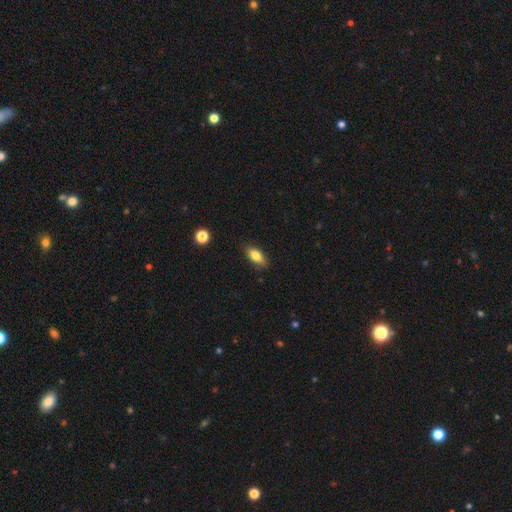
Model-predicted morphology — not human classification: A smooth galaxy with no disk features (80%) that is in between round and cigar-shaped (85%). Merging: none (84%).